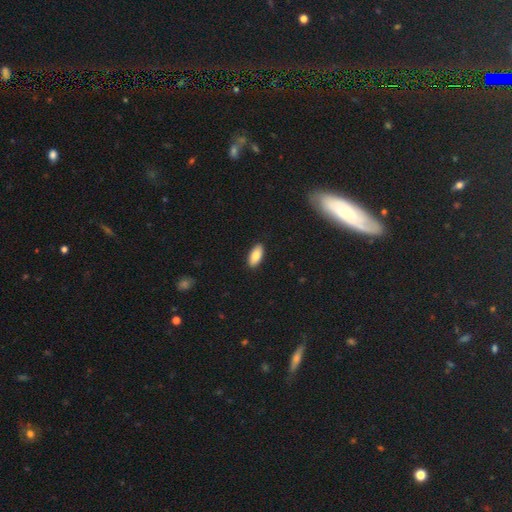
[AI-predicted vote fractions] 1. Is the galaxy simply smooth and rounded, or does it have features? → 83% smooth, 10% featured or disk, 7% star or artifact.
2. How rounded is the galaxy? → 88% in between, 10% cigar-shaped, 2% round.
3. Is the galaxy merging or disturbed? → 90% none, 8% minor disturbance, 2% major disturbance, 1% merger.